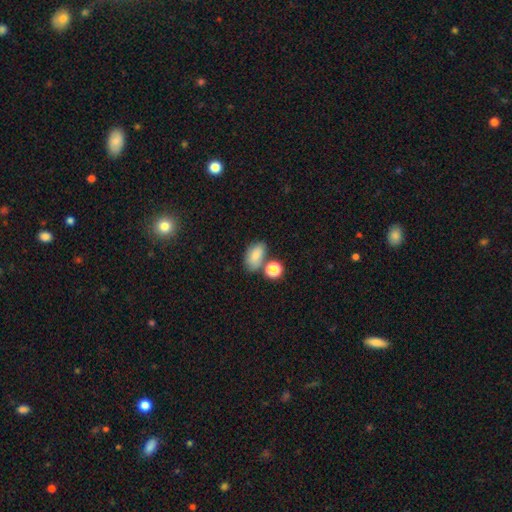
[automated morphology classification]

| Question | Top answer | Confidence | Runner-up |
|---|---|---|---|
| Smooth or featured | smooth | 81% | star or artifact (10%) |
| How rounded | in between | 88% | round (10%) |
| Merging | none | 61% | merger (18%) |